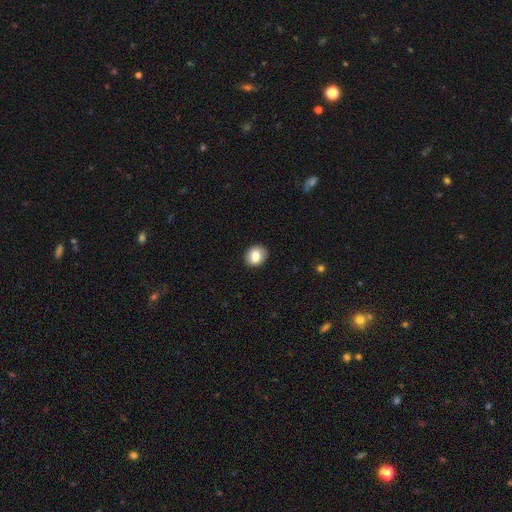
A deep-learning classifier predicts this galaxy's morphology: Smooth or featured?
  - smooth: 79% *
  - featured or disk: 12%
  - star or artifact: 9%
How rounded?
  - round: 66% *
  - in between: 33%
  - cigar-shaped: 1%
Merging?
  - none: 89% *
  - minor disturbance: 8%
  - major disturbance: 2%
  - merger: 1%